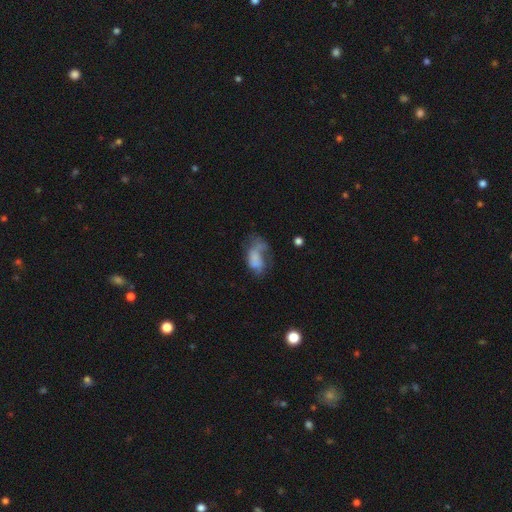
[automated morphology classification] A smooth galaxy with no disk features (47%). Merging: major disturbance (45%).